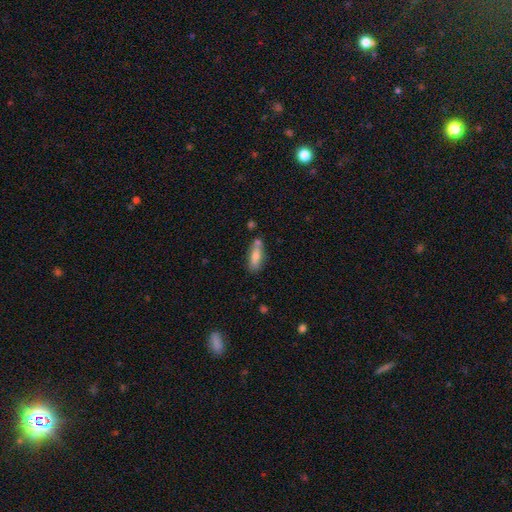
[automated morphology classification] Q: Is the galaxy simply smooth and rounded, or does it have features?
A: smooth — 74%.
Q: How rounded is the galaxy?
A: in between — 64%.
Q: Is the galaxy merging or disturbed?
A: none — 61%.